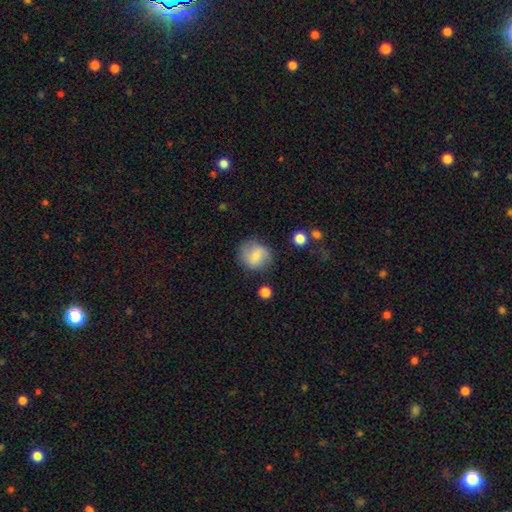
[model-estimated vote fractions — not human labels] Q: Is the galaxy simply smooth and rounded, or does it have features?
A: smooth — 71%.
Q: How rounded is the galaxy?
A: round — 84%.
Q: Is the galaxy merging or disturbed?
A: none — 78%.